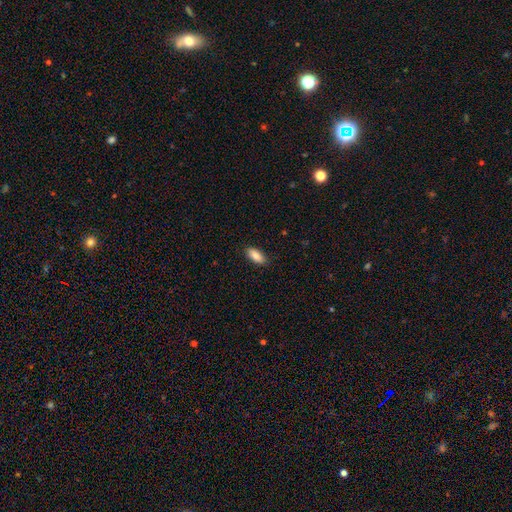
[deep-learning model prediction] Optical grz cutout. It shows a smooth galaxy with no disk features (87%) that is in between round and cigar-shaped (87%). Merging: none (88%).